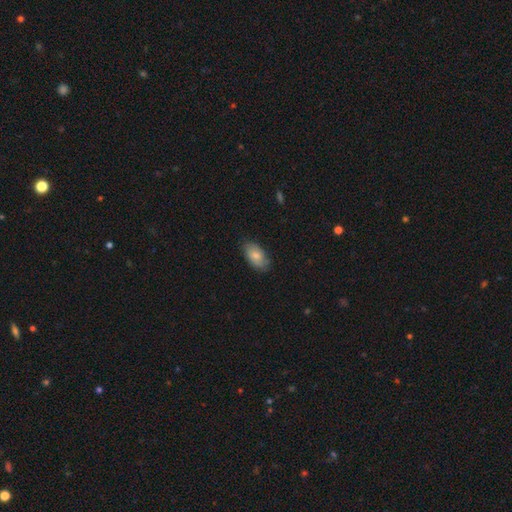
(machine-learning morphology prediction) Smooth or featured: smooth — 76% (featured or disk — 17%)
How rounded: in between — 93% (round — 4%)
Merging: none — 76% (minor disturbance — 19%)